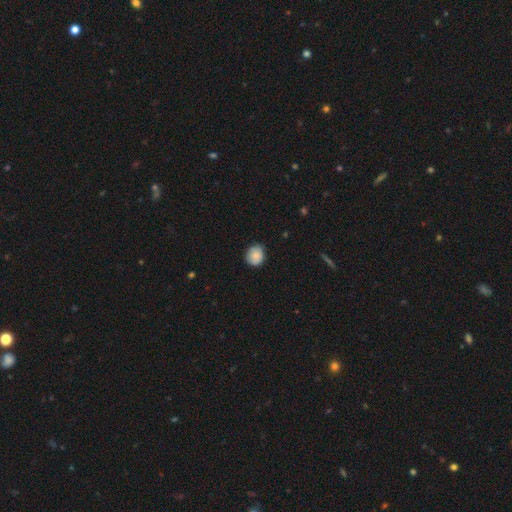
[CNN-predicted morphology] Smooth or featured? Predicted: smooth (p=0.81). How rounded? Predicted: round (p=0.70). Merging? Predicted: none (p=0.76).